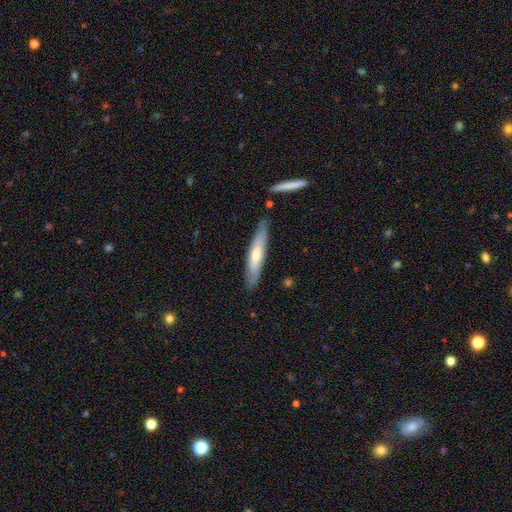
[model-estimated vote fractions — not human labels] Q: Smooth or featured?
A: smooth (57%); runner-up: featured or disk (38%)
Q: How rounded?
A: cigar-shaped (85%); runner-up: in between (14%)
Q: Merging?
A: none (82%); runner-up: minor disturbance (13%)